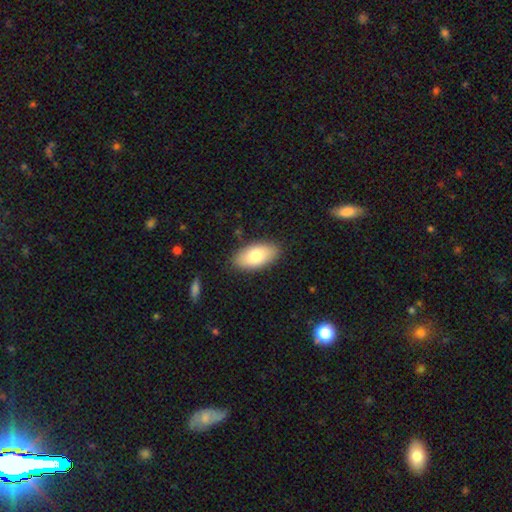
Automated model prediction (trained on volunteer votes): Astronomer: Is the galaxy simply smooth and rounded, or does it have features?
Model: smooth — 79%.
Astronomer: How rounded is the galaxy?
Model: in between — 93%.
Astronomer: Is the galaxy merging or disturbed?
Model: none — 86%.